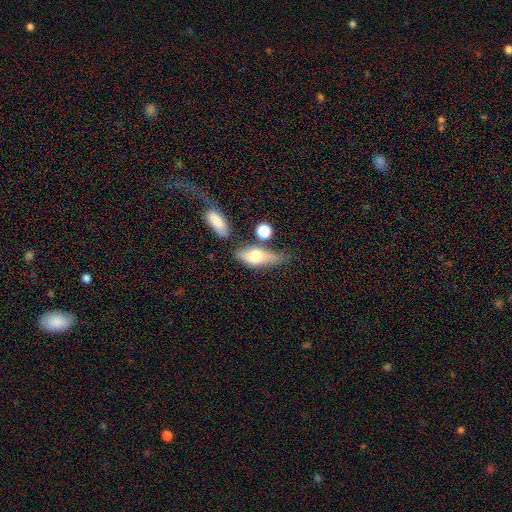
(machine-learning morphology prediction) Smooth or featured?
  - smooth: 61% *
  - featured or disk: 32%
  - star or artifact: 7%
How rounded?
  - in between: 71% *
  - cigar-shaped: 23%
  - round: 6%
Merging?
  - none: 53% *
  - minor disturbance: 23%
  - merger: 15%
  - major disturbance: 9%